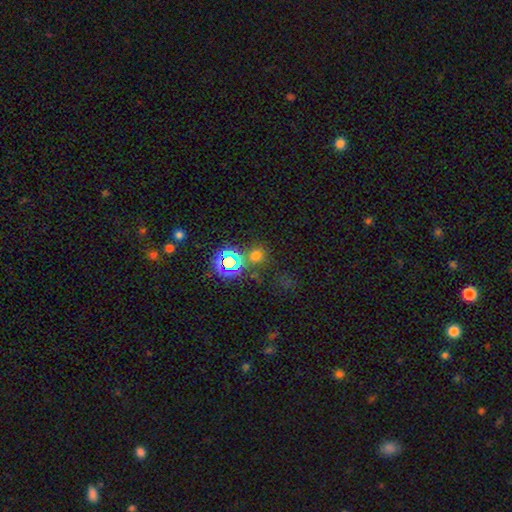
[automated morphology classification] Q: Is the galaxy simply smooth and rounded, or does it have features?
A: smooth — 58%.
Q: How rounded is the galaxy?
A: round — 86%.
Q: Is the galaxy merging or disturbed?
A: none — 74%.